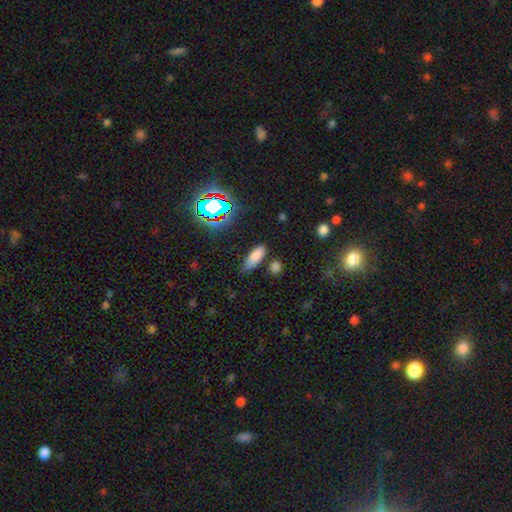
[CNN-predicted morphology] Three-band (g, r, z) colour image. It shows a smooth galaxy with no disk features (77%) that is in between round and cigar-shaped (65%). Merging: none (75%).